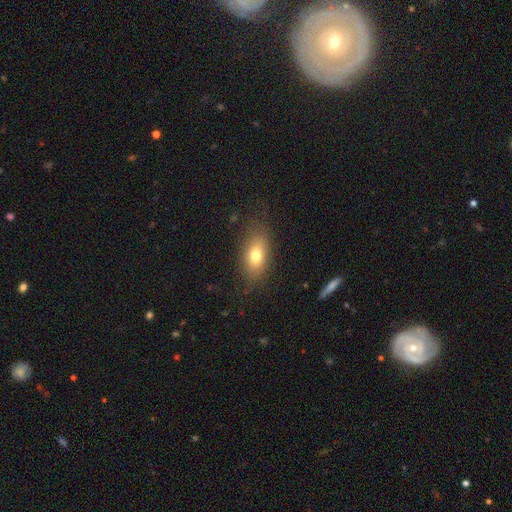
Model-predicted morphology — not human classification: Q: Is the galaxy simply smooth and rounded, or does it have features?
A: smooth — 73%.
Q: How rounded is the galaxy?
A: in between — 83%.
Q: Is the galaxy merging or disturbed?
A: none — 79%.